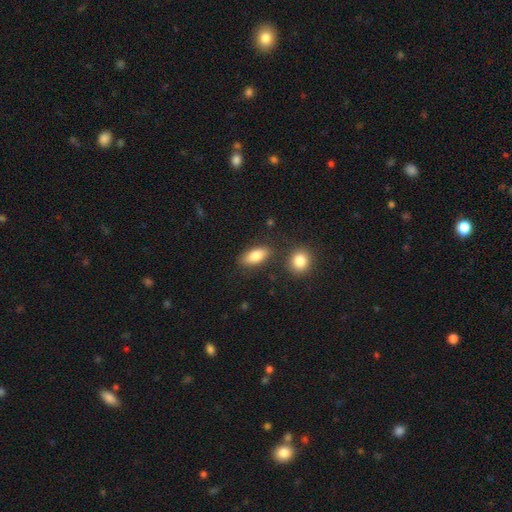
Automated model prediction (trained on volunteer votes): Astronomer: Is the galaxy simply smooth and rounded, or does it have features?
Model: smooth — 84%.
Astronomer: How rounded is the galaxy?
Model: in between — 85%.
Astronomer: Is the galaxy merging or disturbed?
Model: none — 77%.